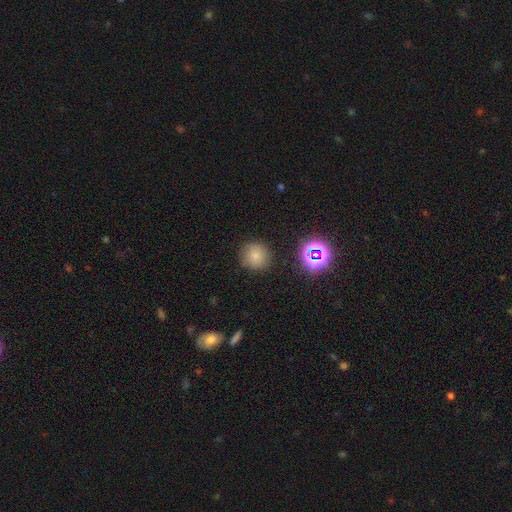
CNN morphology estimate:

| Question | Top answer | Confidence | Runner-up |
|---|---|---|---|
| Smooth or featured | smooth | 75% | star or artifact (17%) |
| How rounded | round | 92% | in between (7%) |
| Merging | none | 87% | minor disturbance (8%) |